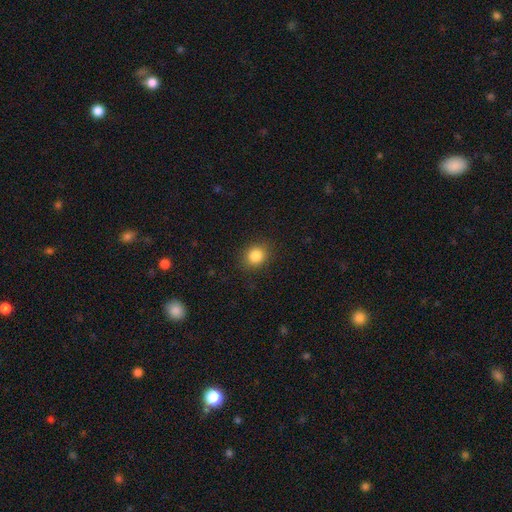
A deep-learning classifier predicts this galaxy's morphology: Smooth or featured: smooth — 85% (star or artifact — 10%)
How rounded: round — 77% (in between — 22%)
Merging: none — 88% (minor disturbance — 8%)